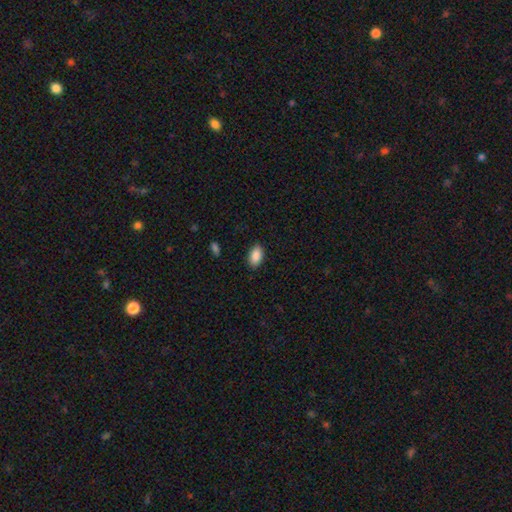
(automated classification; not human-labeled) This appears to be a smooth galaxy with no disk features (89%) that is in between round and cigar-shaped (93%). Merging: none (88%).